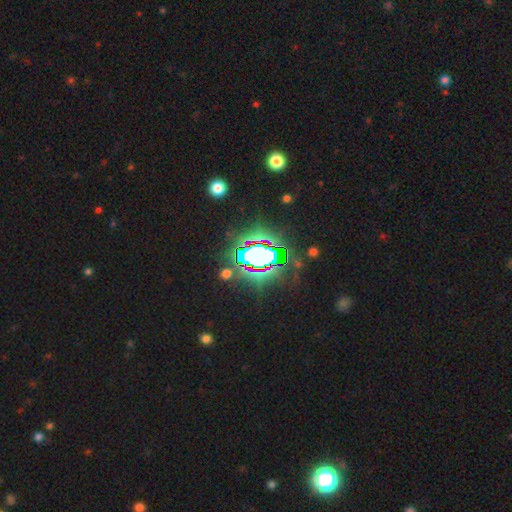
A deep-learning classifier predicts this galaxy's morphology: The model was most divided on "smooth or featured": star or artifact: 78%, smooth: 11%, featured or disk: 11%.